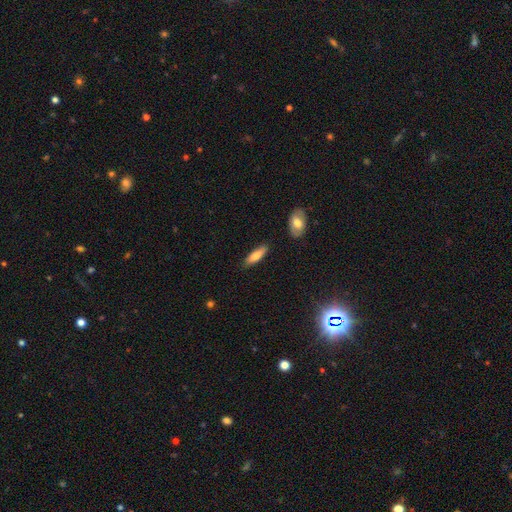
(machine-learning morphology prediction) A smooth galaxy with no disk features (74%) that is cigar-shaped (57%). Merging: none (85%).